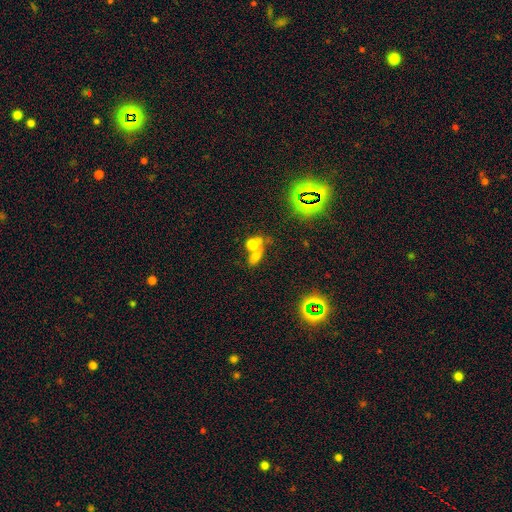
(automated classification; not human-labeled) Smooth or featured? smooth (62%)
How rounded? in between (64%)
Merging? merger (53%)